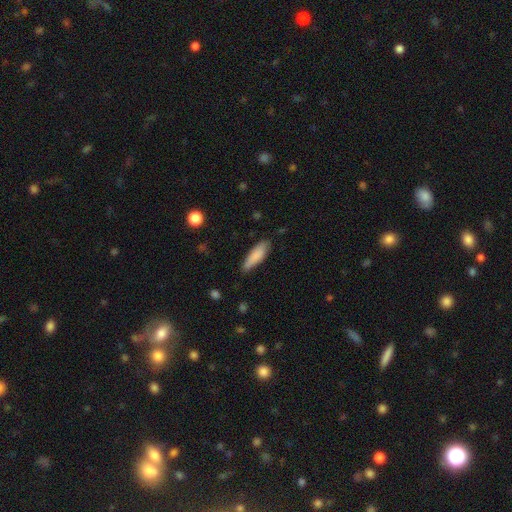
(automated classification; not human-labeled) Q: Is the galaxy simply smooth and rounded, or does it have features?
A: smooth — 84%.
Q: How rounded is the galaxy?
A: cigar-shaped — 54%.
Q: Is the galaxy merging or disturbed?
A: none — 77%.